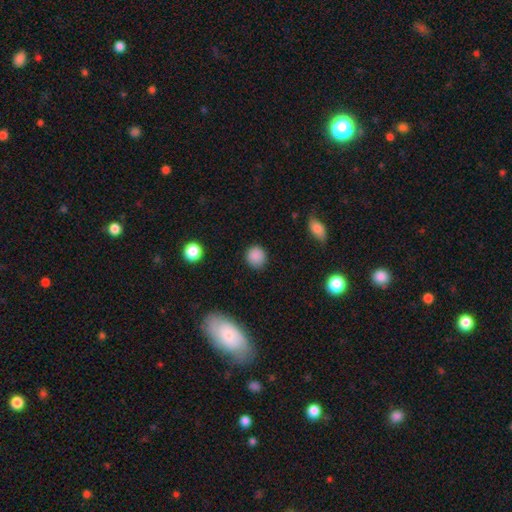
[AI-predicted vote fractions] Smooth or featured?
  - smooth: 87% *
  - star or artifact: 10%
  - featured or disk: 4%
How rounded?
  - round: 88% *
  - in between: 11%
  - cigar-shaped: 1%
Merging?
  - none: 87% *
  - minor disturbance: 9%
  - major disturbance: 3%
  - merger: 1%